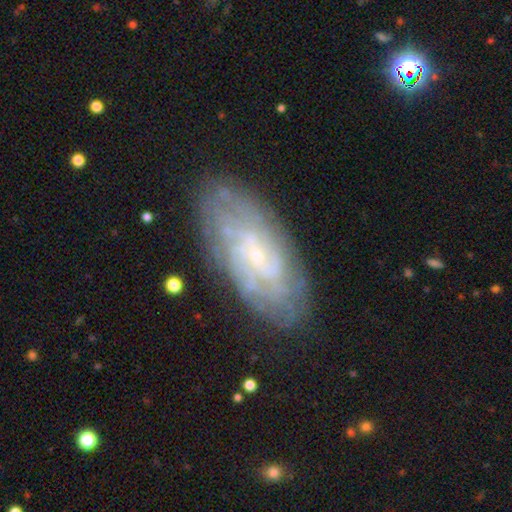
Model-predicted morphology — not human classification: Smooth or featured?
  - featured or disk: 73% *
  - smooth: 20%
  - star or artifact: 8%
Edge-on disk?
  - no: 91% *
  - yes: 9%
Bar?
  - no: 56% *
  - weak: 37%
  - strong: 8%
Spiral arms?
  - yes: 84% *
  - no: 16%
Spiral winding?
  - tight: 65% *
  - medium: 26%
  - loose: 9%
Spiral arm count?
  - can't tell: 60% *
  - 2: 11%
  - 4: 10%
  - 3: 8%
  - more than 4: 7%
  - 1: 4%
Bulge size?
  - small: 79% *
  - moderate: 15%
  - none: 4%
  - large: 1%
  - dominant: 1%
Merging?
  - none: 79% *
  - minor disturbance: 15%
  - major disturbance: 4%
  - merger: 2%